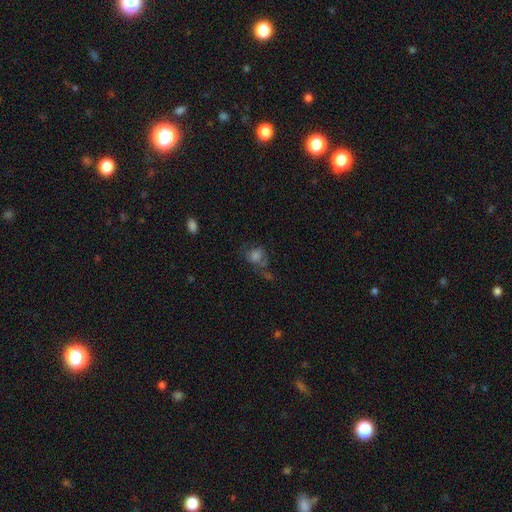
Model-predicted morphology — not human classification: This is likely a smooth galaxy (61%). How rounded: likely round (60%). Merging: marginally none (40%).